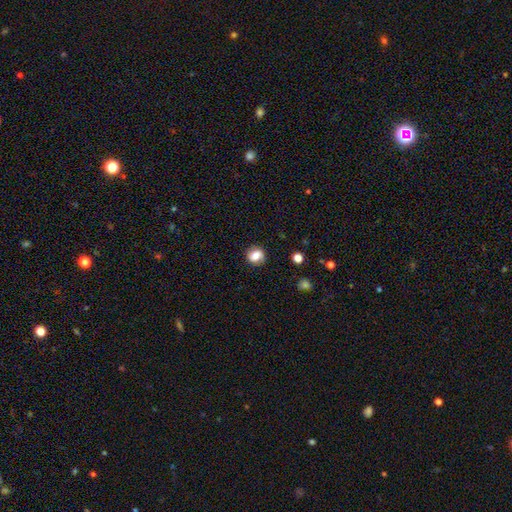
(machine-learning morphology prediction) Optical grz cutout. It shows a smooth galaxy with no disk features (72%) that is round (74%). Merging: none (85%).